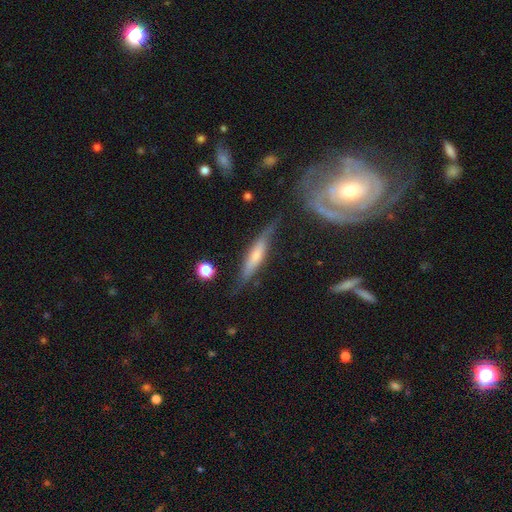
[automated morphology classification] Overall: featured or disk (51%; smooth 42%). Edge-on disk: yes (80%). Merging: none (63%; minor disturbance 24%).